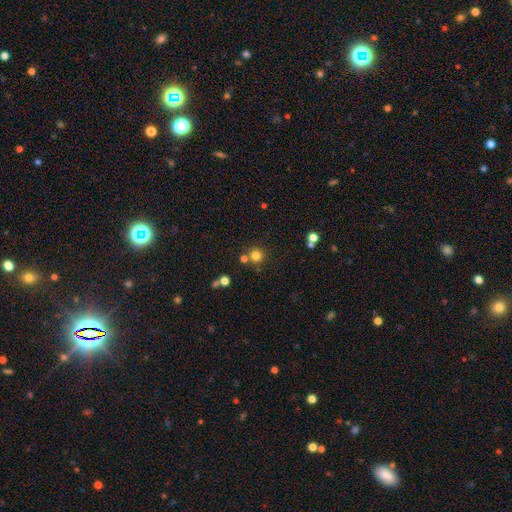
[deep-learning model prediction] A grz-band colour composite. It shows a smooth galaxy with no disk features (78%) that is round (94%). Merging: none (73%).